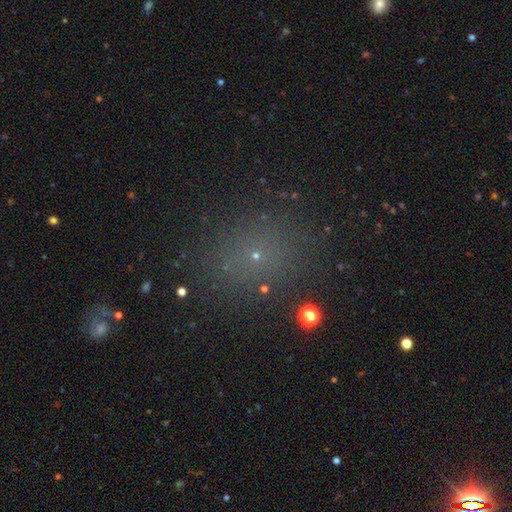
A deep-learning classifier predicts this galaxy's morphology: A smooth galaxy with no disk features (55%) that is round (73%). Merging: none (83%).